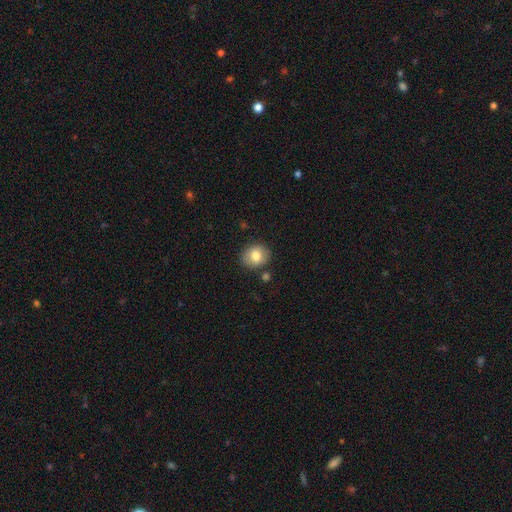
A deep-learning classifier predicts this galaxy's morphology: This is likely a smooth galaxy (80%). How rounded: likely round (63%). Merging: clearly none (82%).